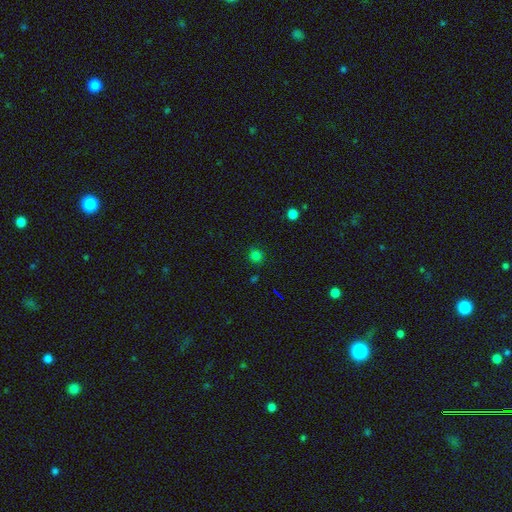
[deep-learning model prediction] Q: Smooth or featured?
A: smooth (76%); runner-up: star or artifact (20%)
Q: How rounded?
A: round (88%); runner-up: in between (11%)
Q: Merging?
A: none (86%); runner-up: minor disturbance (9%)